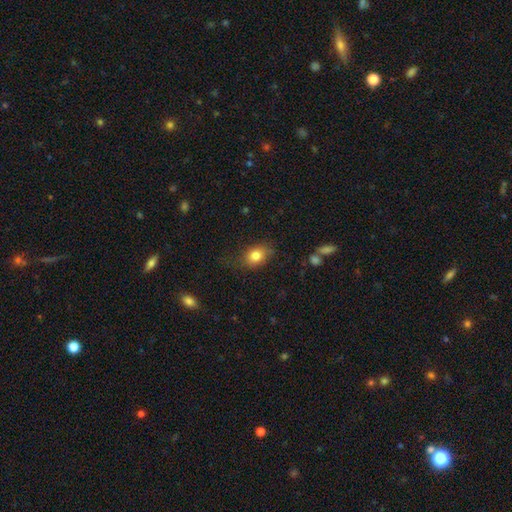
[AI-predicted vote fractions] Q: Smooth or featured?
A: smooth (81%); runner-up: star or artifact (10%)
Q: How rounded?
A: in between (65%); runner-up: round (34%)
Q: Merging?
A: none (70%); runner-up: minor disturbance (21%)